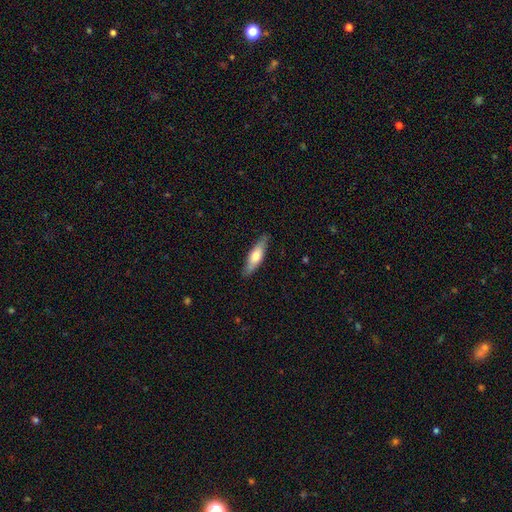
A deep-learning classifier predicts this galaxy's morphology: Smooth or featured?
  - smooth: 59% *
  - featured or disk: 36%
  - star or artifact: 5%
How rounded?
  - cigar-shaped: 60% *
  - in between: 38%
  - round: 2%
Merging?
  - none: 86% *
  - minor disturbance: 11%
  - major disturbance: 2%
  - merger: 1%